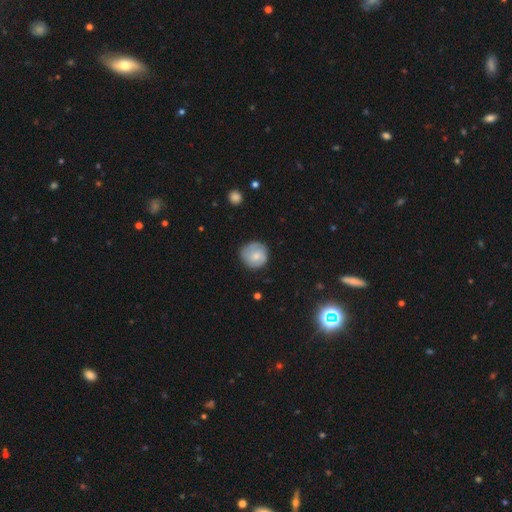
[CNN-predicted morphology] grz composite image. It shows a smooth galaxy with no disk features (59%) that is round (89%). Merging: none (76%).